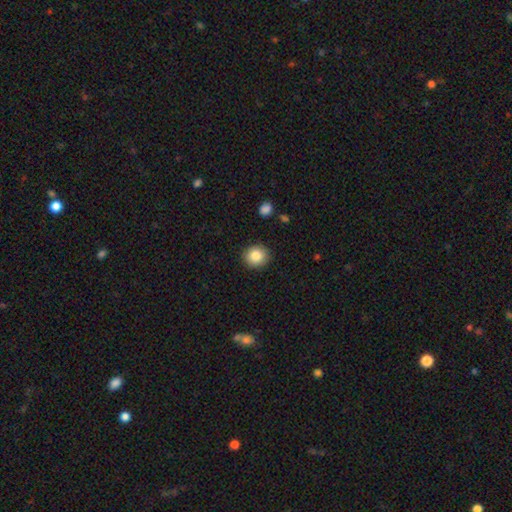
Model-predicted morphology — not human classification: A smooth galaxy with no disk features (84%) that is round (84%).

Vote fractions:
- Smooth or featured? smooth: 84% / star or artifact: 9% / featured or disk: 7%
- How rounded? round: 84% / in between: 15% / cigar-shaped: 1%
- Merging? none: 90% / minor disturbance: 7% / major disturbance: 2% / merger: 1%